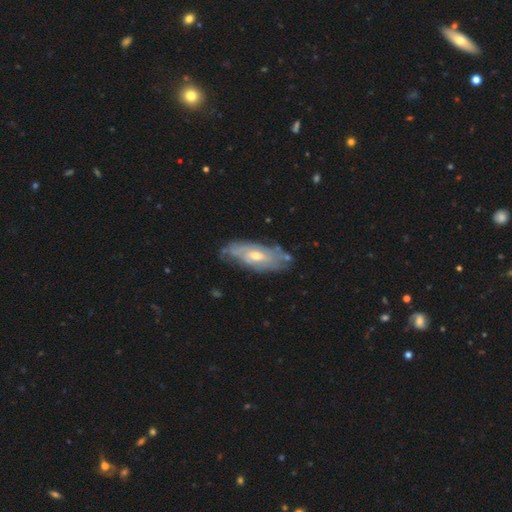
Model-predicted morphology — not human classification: Q: Smooth or featured?
A: featured or disk (69%); runner-up: smooth (25%)
Q: Edge-on disk?
A: no (84%); runner-up: yes (16%)
Q: Bar?
A: no (58%); runner-up: weak (35%)
Q: Spiral arms?
A: yes (67%); runner-up: no (33%)
Q: Bulge size?
A: moderate (65%); runner-up: small (28%)
Q: Merging?
A: none (66%); runner-up: minor disturbance (24%)